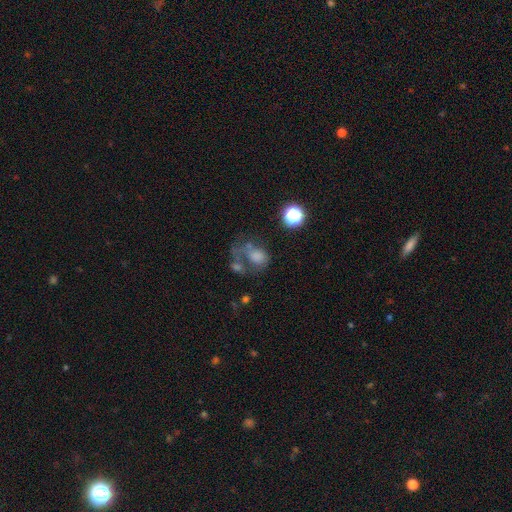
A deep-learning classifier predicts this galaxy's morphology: smooth 44%, featured or disk 32%, star or artifact 24%. Down the decision tree: merging — major disturbance (32%).